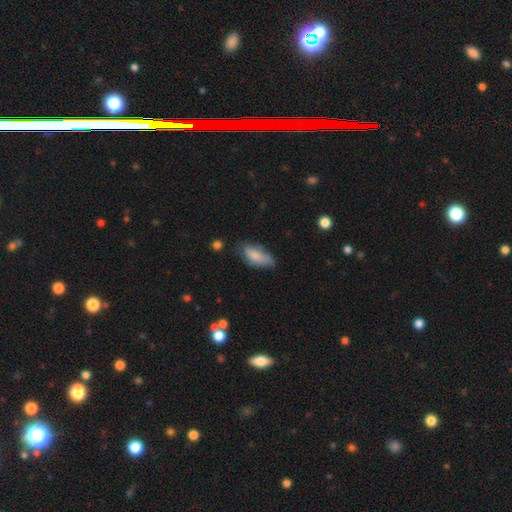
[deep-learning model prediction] A smooth galaxy with no disk features (81%) that is in between round and cigar-shaped (83%).

Vote fractions:
- Smooth or featured? smooth: 81% / featured or disk: 13% / star or artifact: 7%
- How rounded? in between: 83% / cigar-shaped: 15% / round: 2%
- Merging? none: 57% / minor disturbance: 33% / major disturbance: 8% / merger: 3%